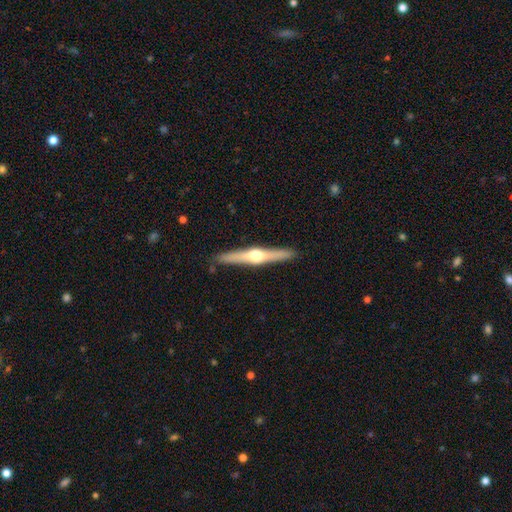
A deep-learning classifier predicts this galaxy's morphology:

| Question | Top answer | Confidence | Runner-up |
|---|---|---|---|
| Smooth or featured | featured or disk | 72% | smooth (23%) |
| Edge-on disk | yes | 98% | no (2%) |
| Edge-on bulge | rounded | 95% | boxy (3%) |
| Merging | none | 90% | minor disturbance (7%) |